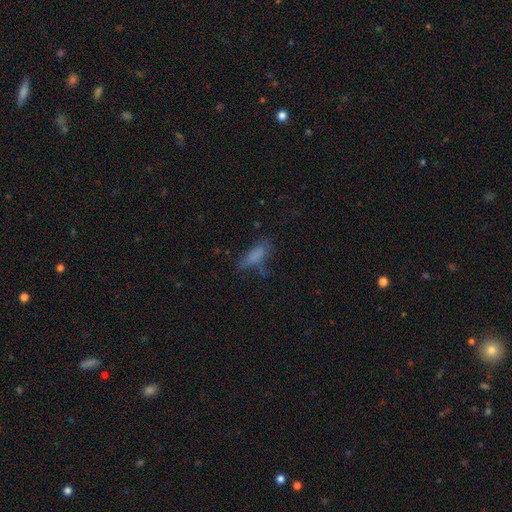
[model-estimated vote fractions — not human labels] Morphology: type=smooth (72%); roundness=in between (57%); merging=none (46%).